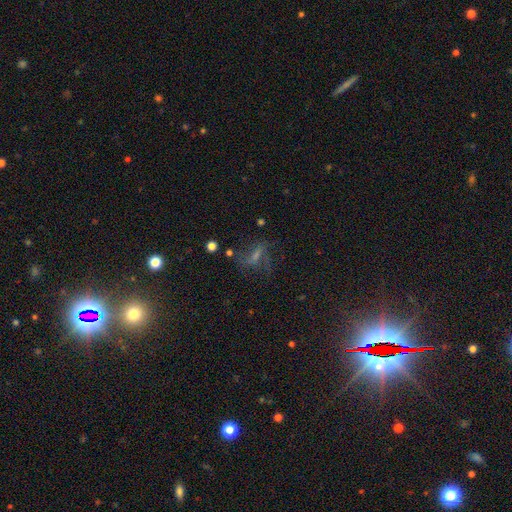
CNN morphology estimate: Smooth or featured? featured or disk (38%)
Merging? none (50%)